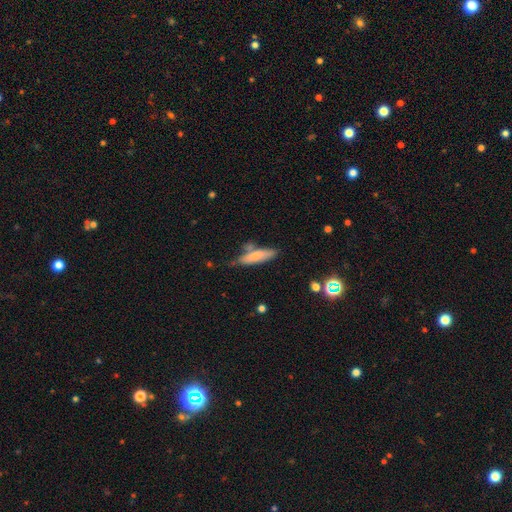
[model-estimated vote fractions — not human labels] Q: Smooth or featured?
A: smooth (71%); runner-up: featured or disk (22%)
Q: How rounded?
A: cigar-shaped (67%); runner-up: in between (31%)
Q: Merging?
A: none (59%); runner-up: minor disturbance (23%)